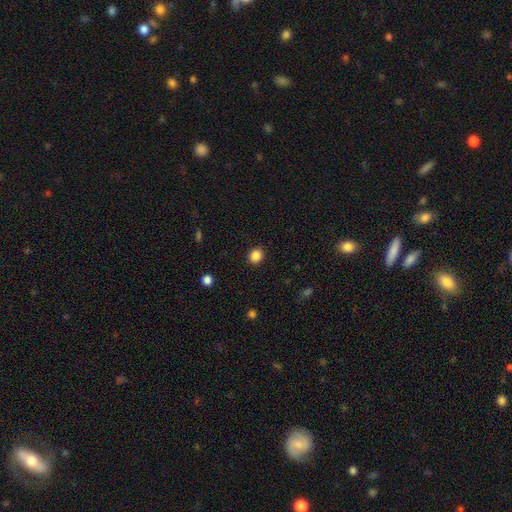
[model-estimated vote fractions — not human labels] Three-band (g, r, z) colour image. It shows a smooth galaxy with no disk features (86%) that is round (87%). Merging: none (91%).